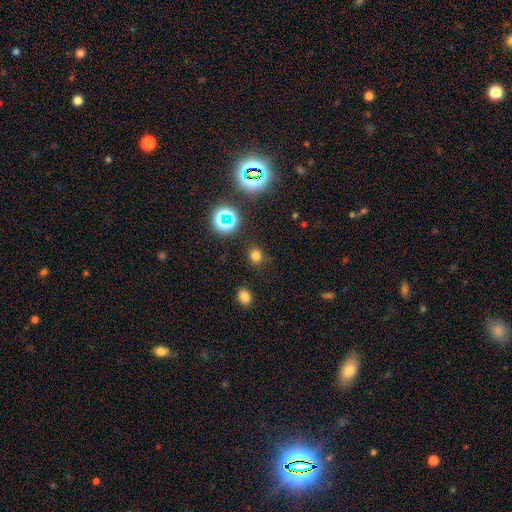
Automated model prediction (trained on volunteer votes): smooth-or-featured: smooth: 72% | star or artifact: 22% | featured or disk: 5%
  how-rounded: round: 76% | in between: 23% | cigar-shaped: 1%
  merging: none: 87% | minor disturbance: 8% | major disturbance: 3% | merger: 2%